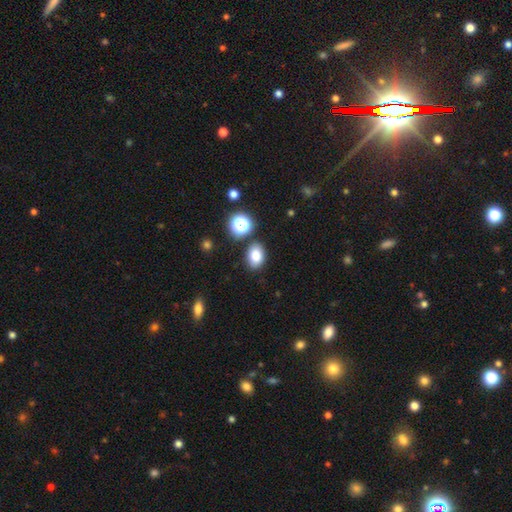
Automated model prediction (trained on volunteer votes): A smooth galaxy with no disk features (81%) that is in between round and cigar-shaped (76%). Merging: none (81%).